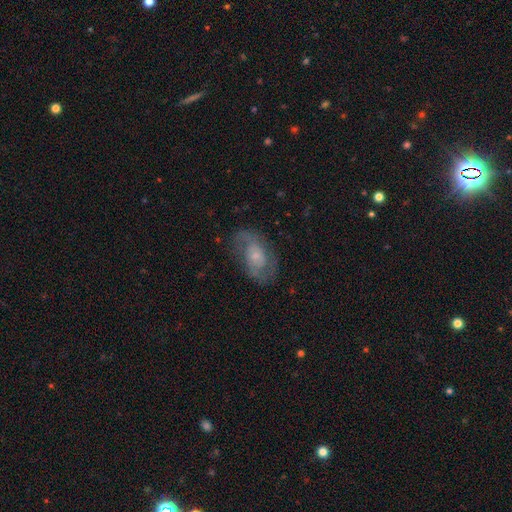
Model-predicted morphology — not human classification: type=featured or disk (70%); edge-on=no (96%); bar=no (64%); spiral arms=yes (85%); winding=medium (48%); arm count=2 (78%); bulge=small (60%); merging=none (68%).